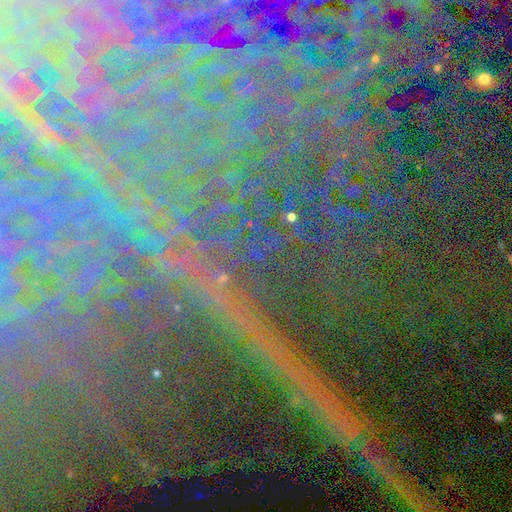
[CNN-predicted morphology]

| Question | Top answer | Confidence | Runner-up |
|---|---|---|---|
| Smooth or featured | star or artifact | 82% | featured or disk (11%) |